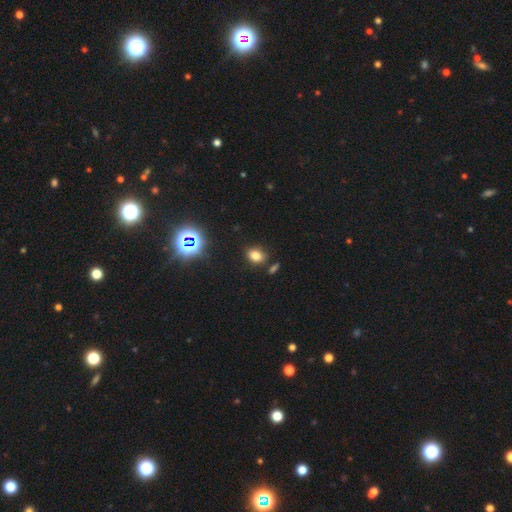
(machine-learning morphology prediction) type=smooth (74%); roundness=in between (58%); merging=none (80%).